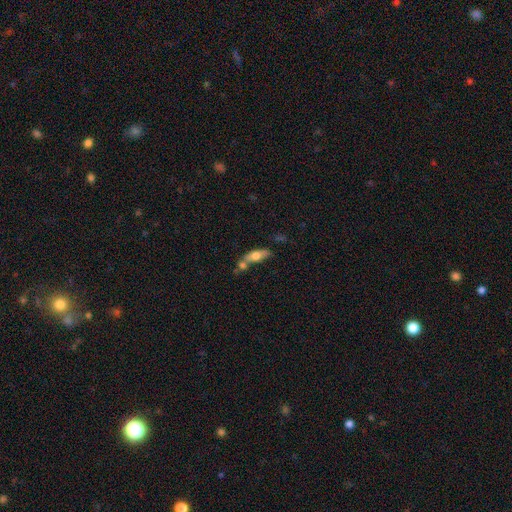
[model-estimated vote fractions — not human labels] The model was most divided on "merging": merger: 39%, none: 38%, minor disturbance: 15%, major disturbance: 8%. More confident: smooth or featured — smooth (59%); how rounded — in between (58%).